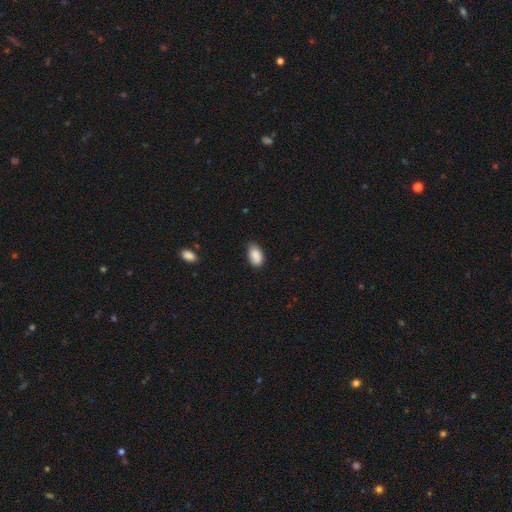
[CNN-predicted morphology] smooth 89%, star or artifact 7%, featured or disk 4%. Down the decision tree: how rounded — in between (92%); merging — none (71%).